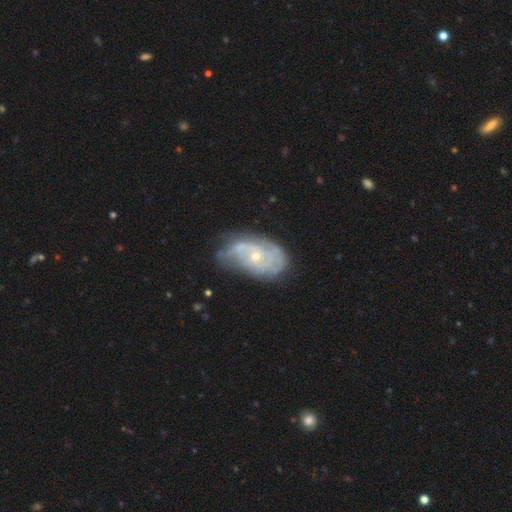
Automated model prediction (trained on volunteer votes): Smooth or featured? Predicted: featured or disk (p=0.80). Edge-on disk? Predicted: no (p=0.96). Bar? Predicted: no (p=0.73). Spiral arms? Predicted: yes (p=0.87). Spiral winding? Predicted: tight (p=0.59). Spiral arm count? Predicted: can't tell (p=0.44). Bulge size? Predicted: small (p=0.63). Merging? Predicted: none (p=0.55).